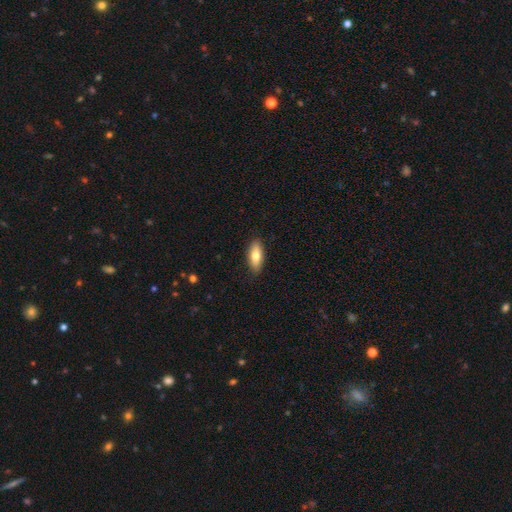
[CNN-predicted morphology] A smooth galaxy with no disk features (77%) that is in between round and cigar-shaped (77%).

Vote fractions:
- Smooth or featured? smooth: 77% / featured or disk: 17% / star or artifact: 6%
- How rounded? in between: 77% / cigar-shaped: 21% / round: 2%
- Merging? none: 88% / minor disturbance: 9% / major disturbance: 2% / merger: 1%